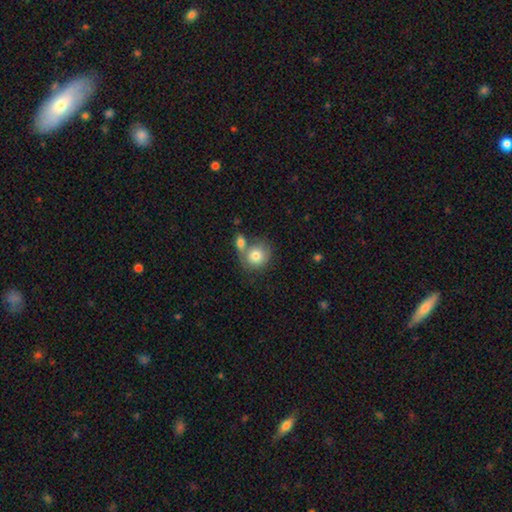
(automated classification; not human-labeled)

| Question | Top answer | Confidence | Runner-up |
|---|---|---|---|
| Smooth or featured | smooth | 79% | featured or disk (13%) |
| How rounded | round | 79% | in between (20%) |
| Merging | merger | 44% | none (40%) |